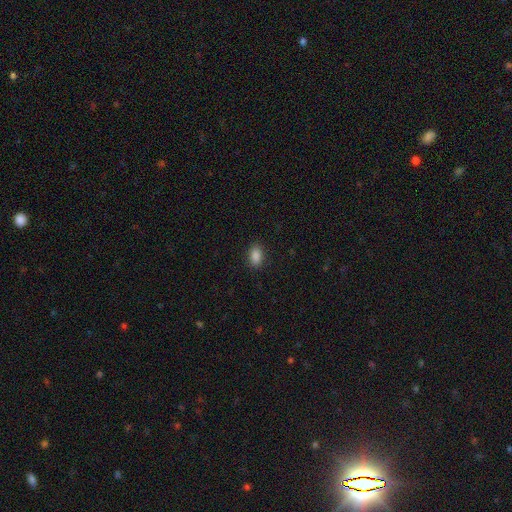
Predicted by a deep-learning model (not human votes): Smooth or featured? Predicted: smooth (p=0.88). How rounded? Predicted: in between (p=0.90). Merging? Predicted: none (p=0.89).